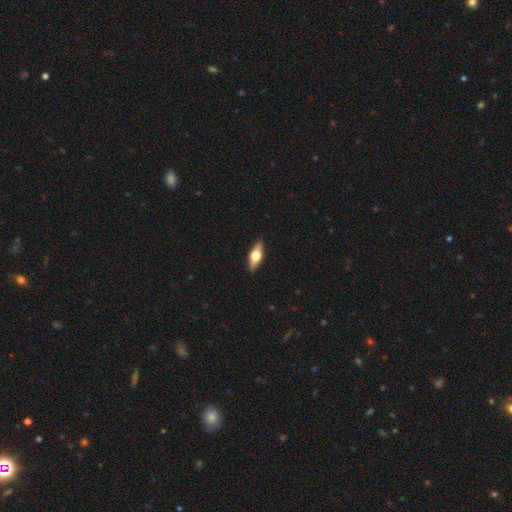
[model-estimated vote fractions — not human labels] A featured or disk galaxy (51%) viewed edge-on (89%).

Vote fractions:
- Smooth or featured? featured or disk: 51% / smooth: 44% / star or artifact: 6%
- Edge-on disk? yes: 89% / no: 11%
- Merging? none: 89% / minor disturbance: 8% / major disturbance: 2% / merger: 1%